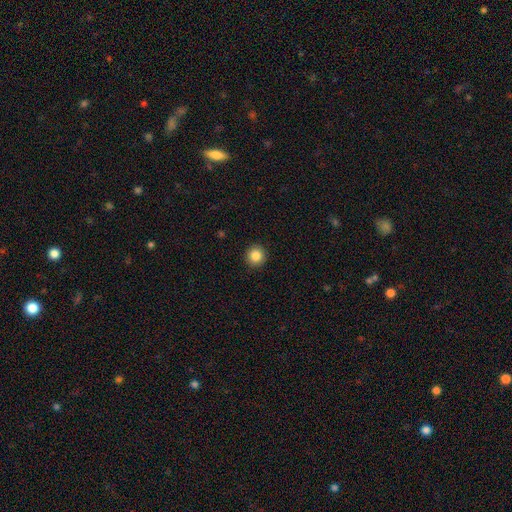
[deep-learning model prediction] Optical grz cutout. It shows a smooth galaxy with no disk features (85%) that is round (95%). Merging: none (93%).